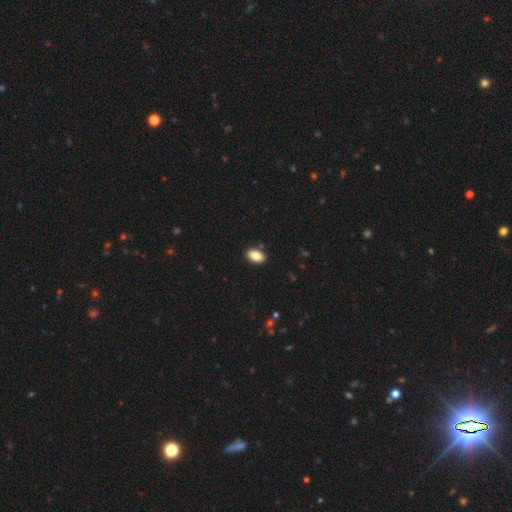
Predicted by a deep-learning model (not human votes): A smooth galaxy with no disk features (84%) that is in between round and cigar-shaped (92%).

Vote fractions:
- Smooth or featured? smooth: 84% / featured or disk: 8% / star or artifact: 8%
- How rounded? in between: 92% / round: 6% / cigar-shaped: 2%
- Merging? none: 88% / minor disturbance: 8% / major disturbance: 2% / merger: 2%